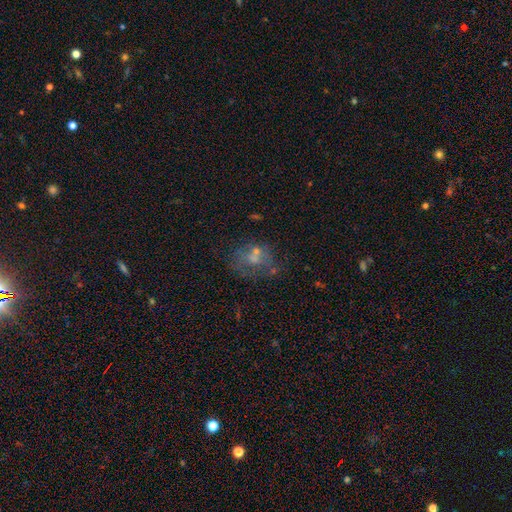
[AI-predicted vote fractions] Morphology: type=featured or disk (42%); merging=none (40%).